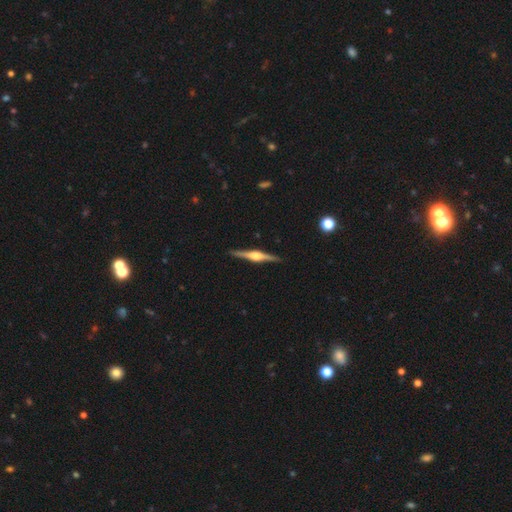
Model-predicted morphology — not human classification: featured or disk 84%, smooth 11%, star or artifact 5%. Down the decision tree: edge-on disk — yes (98%); edge-on bulge — rounded (87%); merging — none (92%).